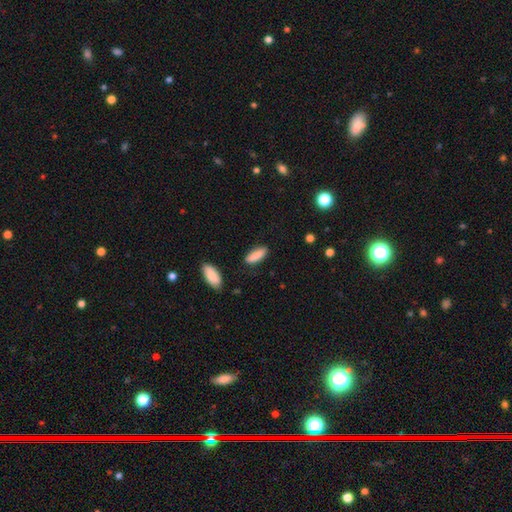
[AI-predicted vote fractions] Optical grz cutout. It shows a smooth galaxy with no disk features (87%) that is in between round and cigar-shaped (59%). Merging: none (83%).